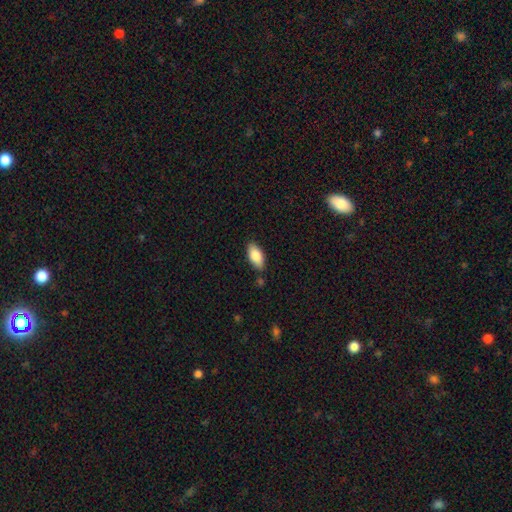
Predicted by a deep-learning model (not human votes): smooth 85%, featured or disk 9%, star or artifact 6%. Down the decision tree: how rounded — in between (90%); merging — none (82%).